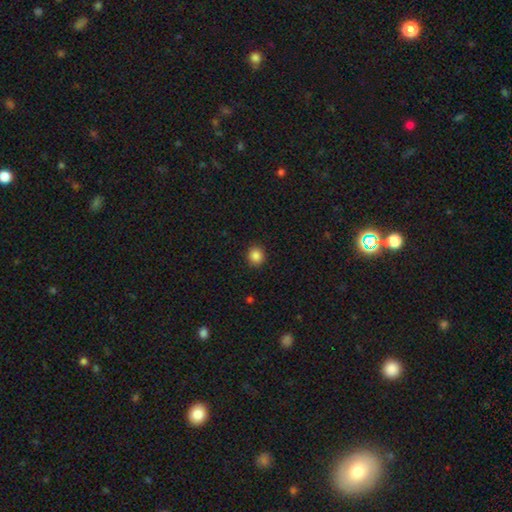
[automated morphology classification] smooth-or-featured: smooth: 87% | star or artifact: 10% | featured or disk: 3%
  how-rounded: round: 86% | in between: 13% | cigar-shaped: 1%
  merging: none: 91% | minor disturbance: 6% | major disturbance: 2% | merger: 1%